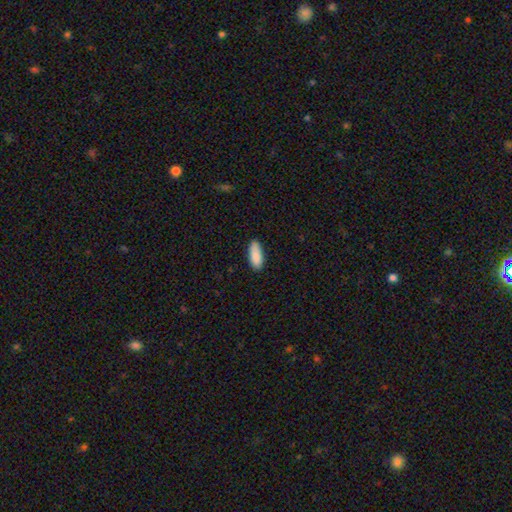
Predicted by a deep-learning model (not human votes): A smooth galaxy with no disk features (89%) that is in between round and cigar-shaped (76%). Merging: none (85%).